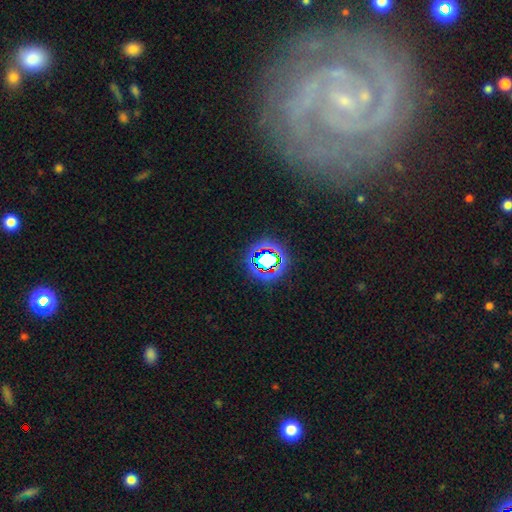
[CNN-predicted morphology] This is clearly a featured or disk galaxy (86%). It is clearly not viewed edge-on (98%). Bar: possibly no (52%). Spiral arm pattern: clearly yes (98%). Spiral arm count: likely 2 (74%). Spiral winding: likely tight (71%). Central bulge: clearly small (85%). Merging: clearly none (80%).